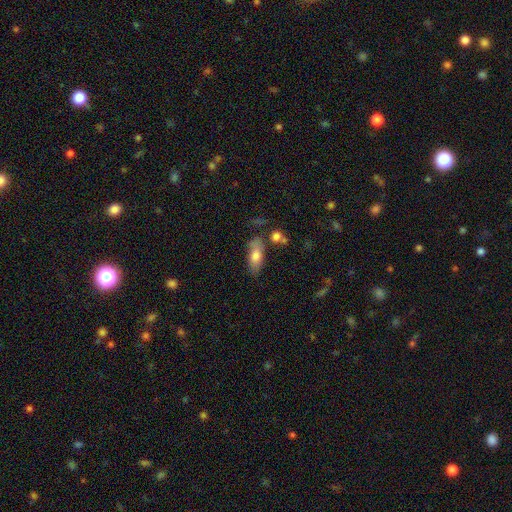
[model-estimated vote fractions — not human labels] Smooth or featured?
  - smooth: 73% *
  - featured or disk: 20%
  - star or artifact: 7%
How rounded?
  - in between: 80% *
  - cigar-shaped: 17%
  - round: 4%
Merging?
  - none: 63% *
  - minor disturbance: 19%
  - merger: 11%
  - major disturbance: 7%